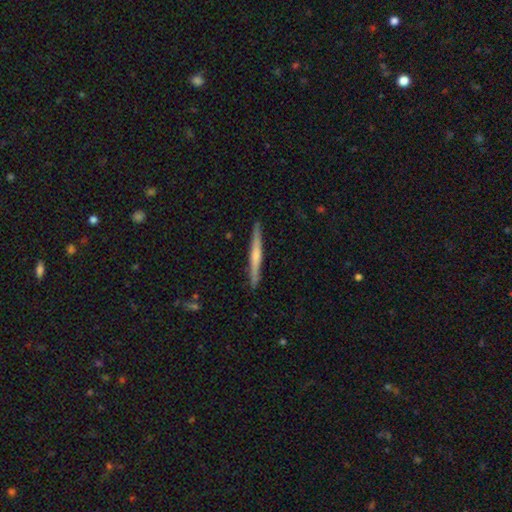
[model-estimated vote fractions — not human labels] This appears to be a featured or disk galaxy (55%) viewed edge-on (97%) with a rounded central bulge (49%). Merging: none (91%).